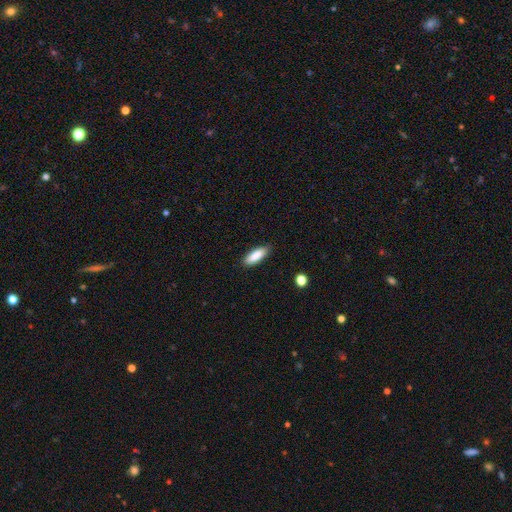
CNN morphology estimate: Smooth or featured?
  - smooth: 87% *
  - featured or disk: 7%
  - star or artifact: 6%
How rounded?
  - in between: 60% *
  - cigar-shaped: 38%
  - round: 2%
Merging?
  - none: 86% *
  - minor disturbance: 11%
  - major disturbance: 2%
  - merger: 1%